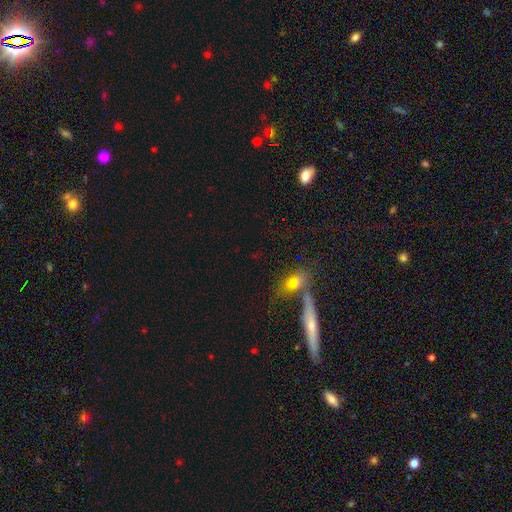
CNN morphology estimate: star or artifact 48%, smooth 37%, featured or disk 15%.